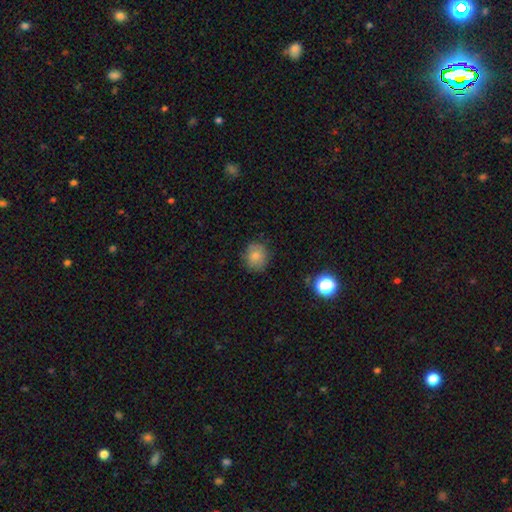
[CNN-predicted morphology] Overall: smooth (82%). How rounded: round (81%). Merging: none (82%).